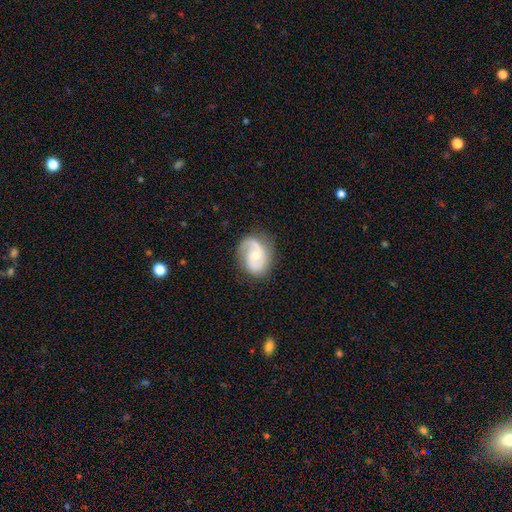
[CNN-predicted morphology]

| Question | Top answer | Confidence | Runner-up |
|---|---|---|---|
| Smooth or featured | featured or disk | 80% | smooth (14%) |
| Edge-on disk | no | 98% | yes (2%) |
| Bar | no | 57% | weak (37%) |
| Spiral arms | yes | 95% | no (5%) |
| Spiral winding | medium | 49% | tight (27%) |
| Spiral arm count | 2 | 77% | 1 (14%) |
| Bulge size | moderate | 55% | small (39%) |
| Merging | none | 74% | minor disturbance (18%) |